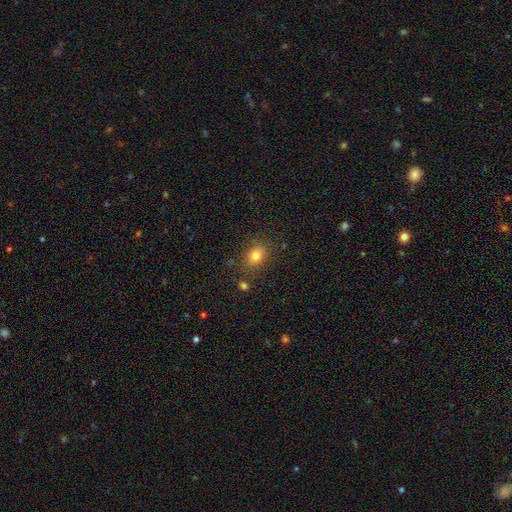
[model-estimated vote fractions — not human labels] This is likely a smooth galaxy (78%). How rounded: possibly in between (58%). Merging: likely none (79%).